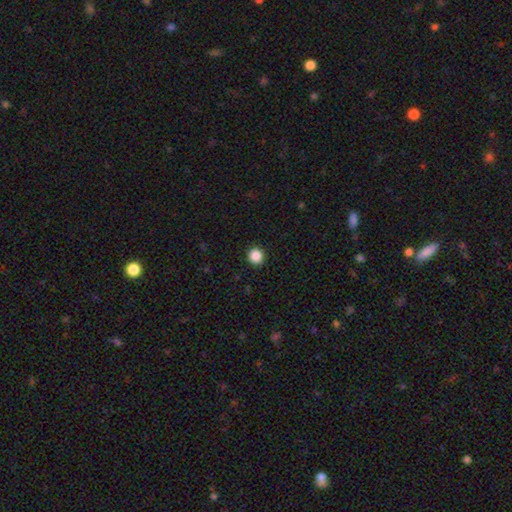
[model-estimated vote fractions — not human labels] A smooth galaxy with no disk features (87%) that is round (92%). Merging: none (93%).